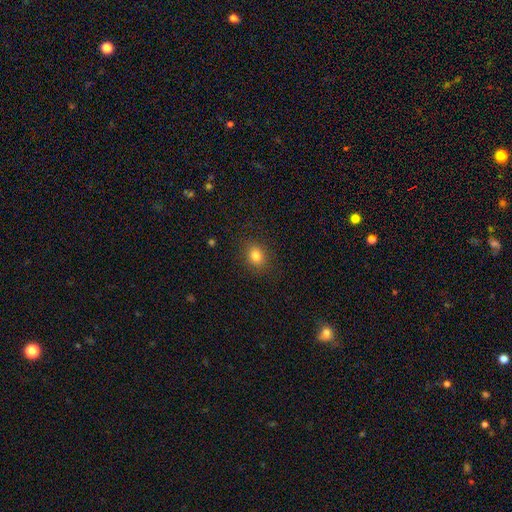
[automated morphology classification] smooth_or_featured: smooth (p=0.82) [alt: star or artifact p=0.12]
how_rounded: round (p=0.58) [alt: in between p=0.41]
merging: none (p=0.88) [alt: minor disturbance p=0.08]